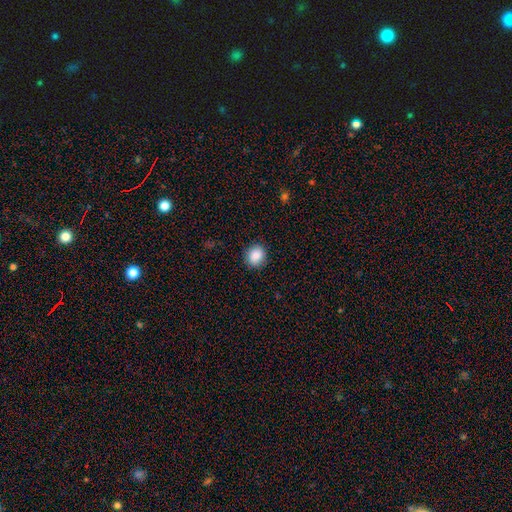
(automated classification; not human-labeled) Smooth or featured? smooth (87%)
How rounded? round (72%)
Merging? none (88%)